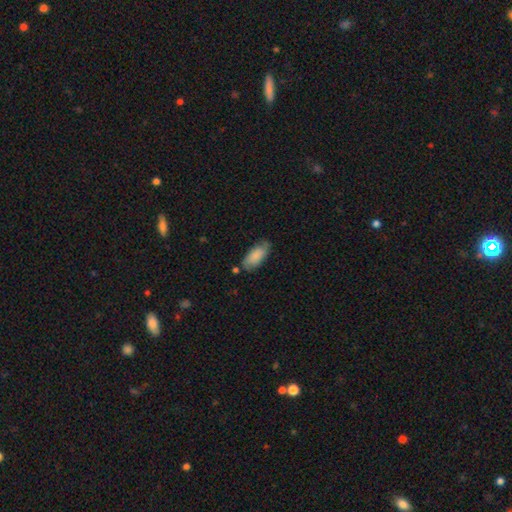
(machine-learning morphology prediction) Smooth or featured? Predicted: smooth (p=0.83). How rounded? Predicted: in between (p=0.89). Merging? Predicted: none (p=0.68).